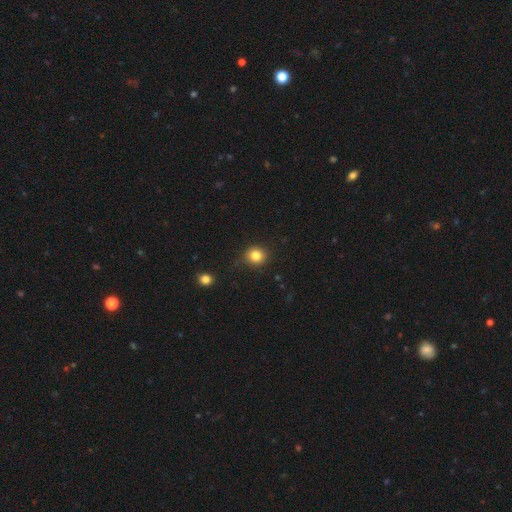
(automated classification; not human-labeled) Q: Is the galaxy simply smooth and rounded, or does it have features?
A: smooth — 83%.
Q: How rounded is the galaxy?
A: round — 88%.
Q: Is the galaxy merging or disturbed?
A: none — 86%.